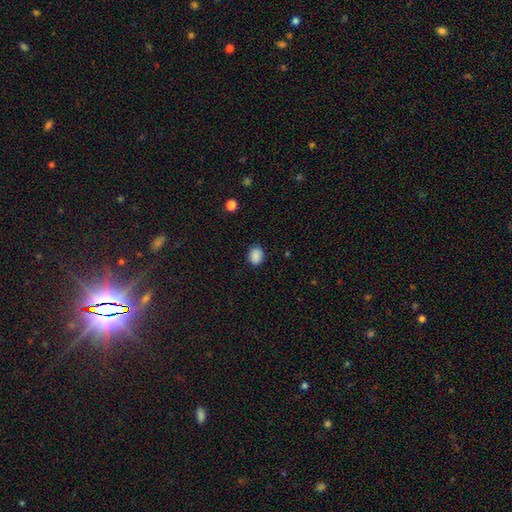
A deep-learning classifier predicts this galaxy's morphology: This is clearly a smooth galaxy (89%). How rounded: possibly in between (50%, tied with round). Merging: clearly none (86%).